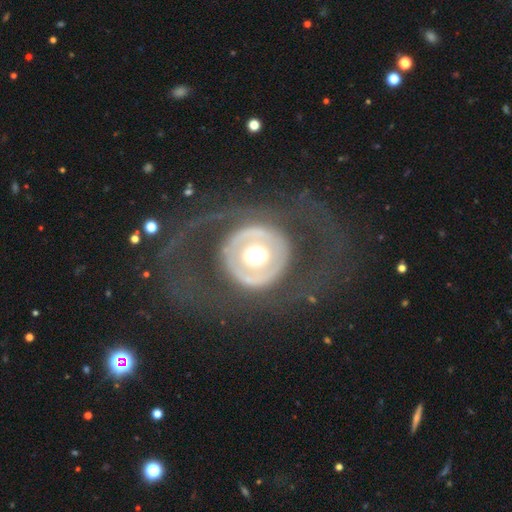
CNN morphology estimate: smooth-or-featured: featured or disk: 68% | smooth: 26% | star or artifact: 7%
  disk-edge-on: no: 94% | yes: 6%
    bar: no: 78% | weak: 13% | strong: 9%
    has-spiral-arms: no: 71% | yes: 29%
    bulge-size: moderate: 45% | large: 40% | dominant: 10% | small: 3% | none: 1%
  merging: none: 62% | major disturbance: 25% | minor disturbance: 11% | merger: 2%